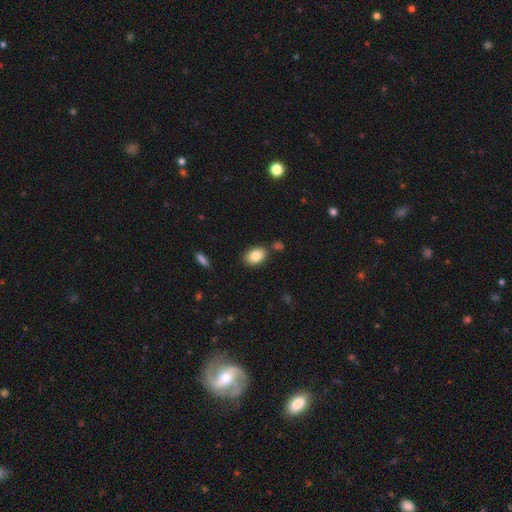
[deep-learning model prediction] This appears to be a smooth galaxy with no disk features (85%) that is in between round and cigar-shaped (87%). Merging: none (81%).